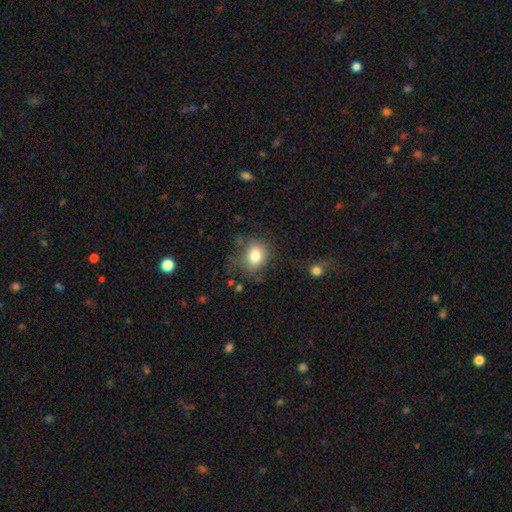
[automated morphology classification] Overall: smooth (80%). How rounded: round (56%; in between 43%). Merging: none (70%).